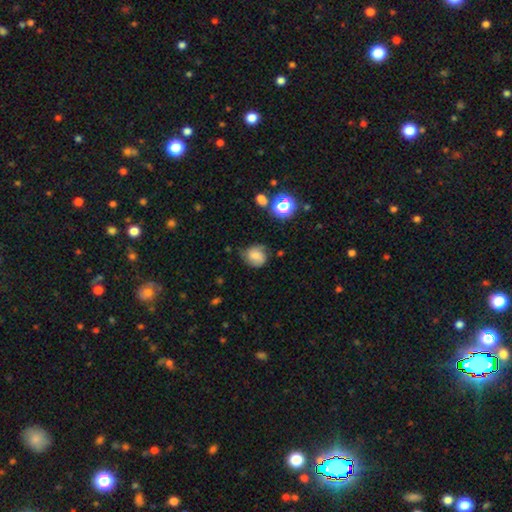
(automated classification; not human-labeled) Smooth or featured: smooth — 56% (featured or disk — 32%)
How rounded: round — 78% (in between — 21%)
Merging: none — 64% (minor disturbance — 26%)